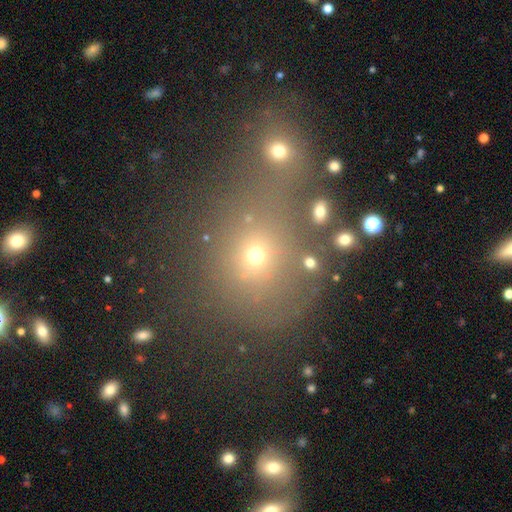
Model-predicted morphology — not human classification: smooth_or_featured: smooth (p=0.56) [alt: star or artifact p=0.30]
how_rounded: round (p=0.79) [alt: in between p=0.20]
merging: none (p=0.45) [alt: merger p=0.38]